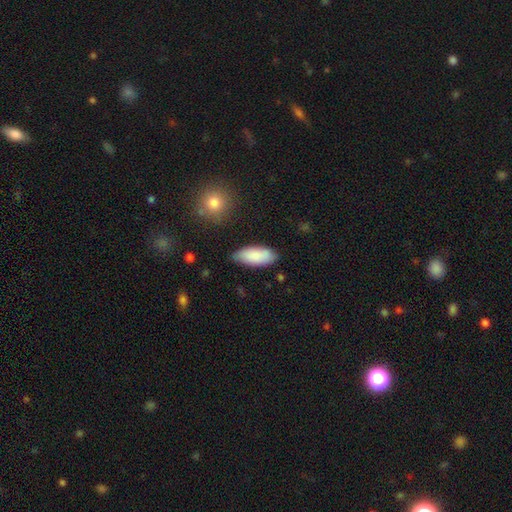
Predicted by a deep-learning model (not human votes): Smooth or featured? Predicted: smooth (p=0.86). How rounded? Predicted: in between (p=0.85). Merging? Predicted: none (p=0.79).